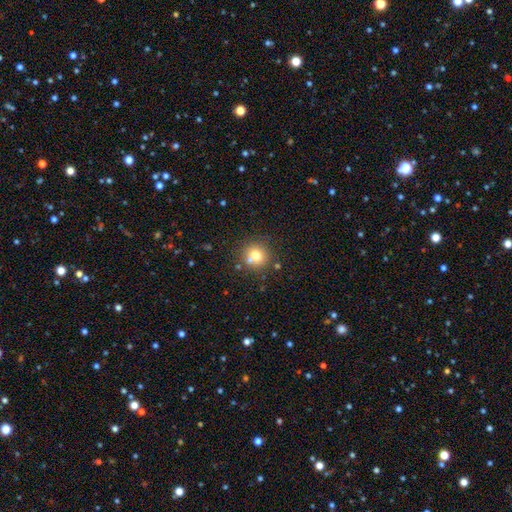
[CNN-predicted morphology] Smooth or featured? Predicted: smooth (p=0.72). How rounded? Predicted: round (p=0.91). Merging? Predicted: none (p=0.71).